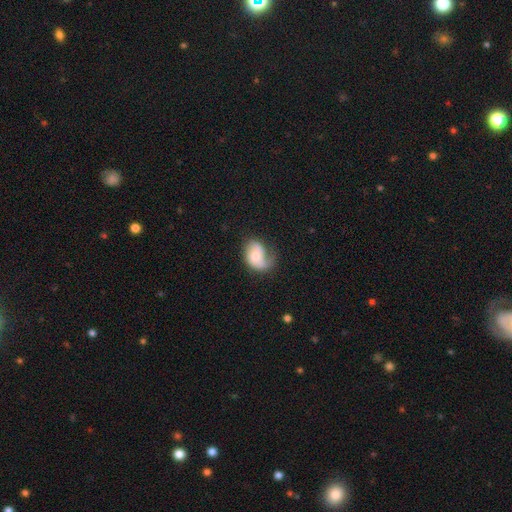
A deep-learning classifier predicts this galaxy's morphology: This is possibly a featured or disk galaxy (48%). Merging: marginally none (36%).